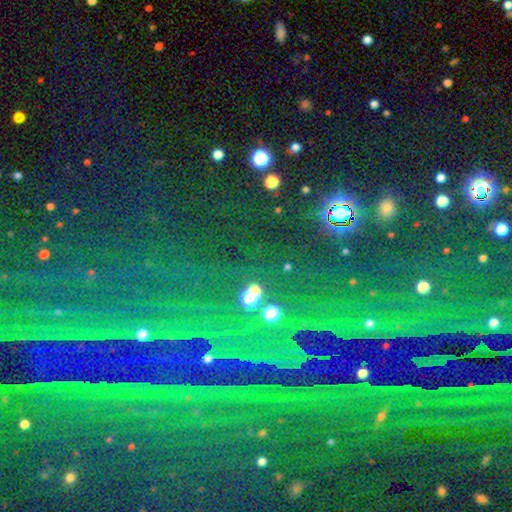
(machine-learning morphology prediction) Smooth or featured? star or artifact (85%)